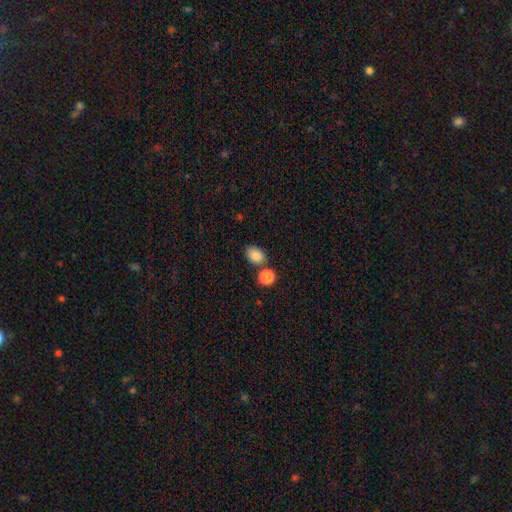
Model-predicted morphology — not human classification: Smooth or featured?
  - smooth: 86% *
  - star or artifact: 9%
  - featured or disk: 5%
How rounded?
  - in between: 73% *
  - round: 26%
  - cigar-shaped: 1%
Merging?
  - none: 70% *
  - merger: 15%
  - minor disturbance: 12%
  - major disturbance: 3%